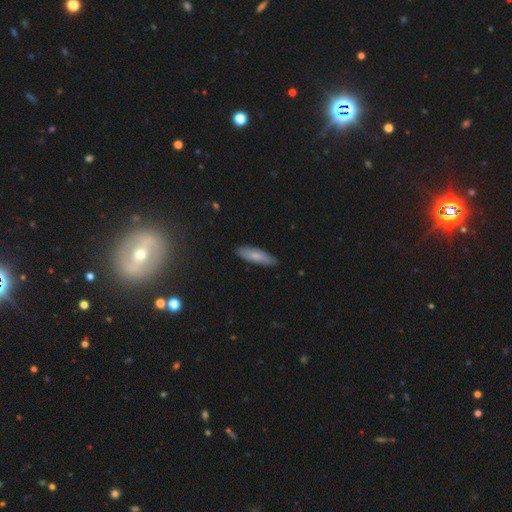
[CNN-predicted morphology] A smooth galaxy with no disk features (74%) that is cigar-shaped (59%).

Vote fractions:
- Smooth or featured? smooth: 74% / featured or disk: 20% / star or artifact: 6%
- How rounded? cigar-shaped: 59% / in between: 39% / round: 2%
- Merging? none: 86% / minor disturbance: 11% / major disturbance: 2% / merger: 1%